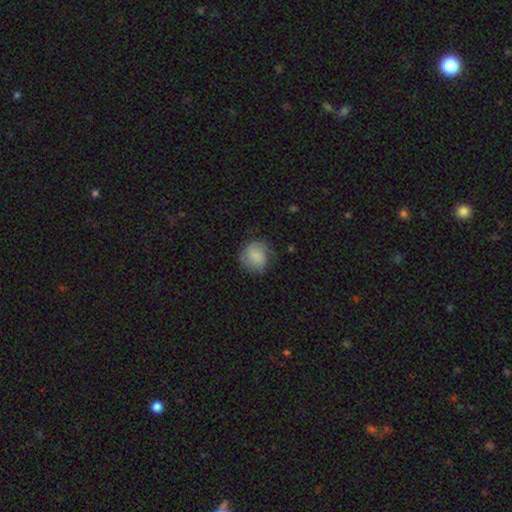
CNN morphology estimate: A smooth galaxy with no disk features (71%) that is round (80%).

Vote fractions:
- Smooth or featured? smooth: 71% / featured or disk: 21% / star or artifact: 7%
- How rounded? round: 80% / in between: 19% / cigar-shaped: 1%
- Merging? none: 64% / minor disturbance: 25% / major disturbance: 10% / merger: 1%